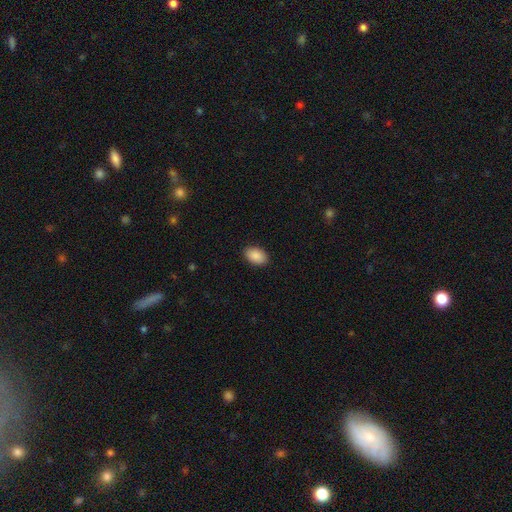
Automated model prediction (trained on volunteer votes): smooth-or-featured: smooth: 90% | star or artifact: 7% | featured or disk: 3%
  how-rounded: in between: 89% | round: 10% | cigar-shaped: 1%
  merging: none: 90% | minor disturbance: 7% | major disturbance: 2% | merger: 1%